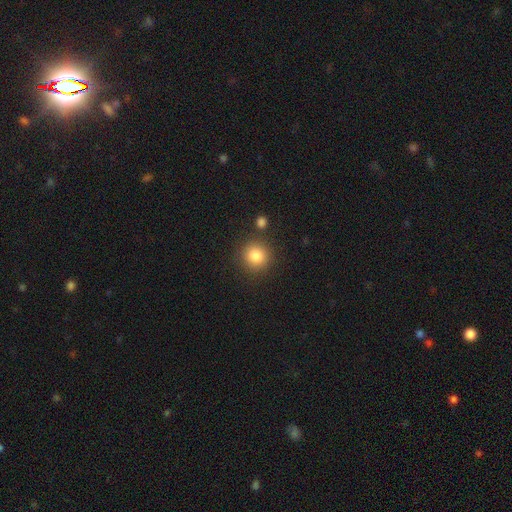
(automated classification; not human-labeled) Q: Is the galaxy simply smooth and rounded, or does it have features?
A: smooth — 85%.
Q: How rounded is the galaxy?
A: round — 92%.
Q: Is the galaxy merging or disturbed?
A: none — 84%.